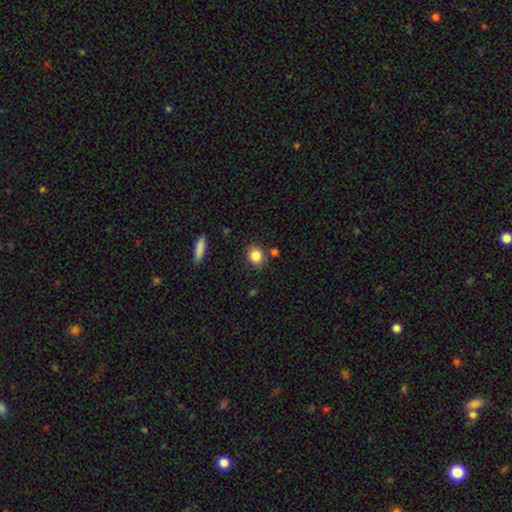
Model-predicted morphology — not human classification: Q: Smooth or featured?
A: smooth (85%); runner-up: star or artifact (9%)
Q: How rounded?
A: round (68%); runner-up: in between (30%)
Q: Merging?
A: none (80%); runner-up: minor disturbance (11%)